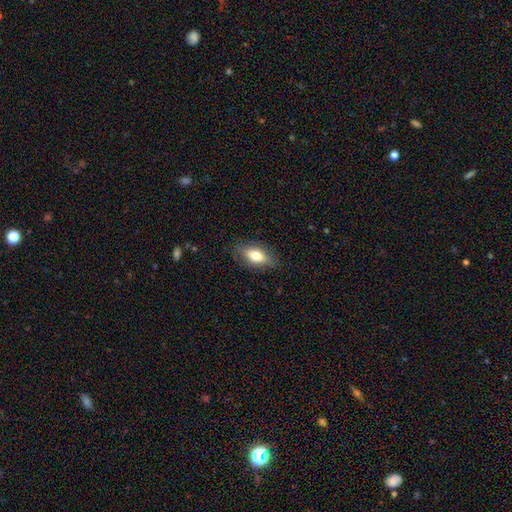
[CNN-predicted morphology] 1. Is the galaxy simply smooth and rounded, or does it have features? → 69% smooth, 24% featured or disk, 8% star or artifact.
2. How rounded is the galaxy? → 82% in between, 11% cigar-shaped, 8% round.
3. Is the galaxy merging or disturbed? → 81% none, 15% minor disturbance, 4% major disturbance, 1% merger.